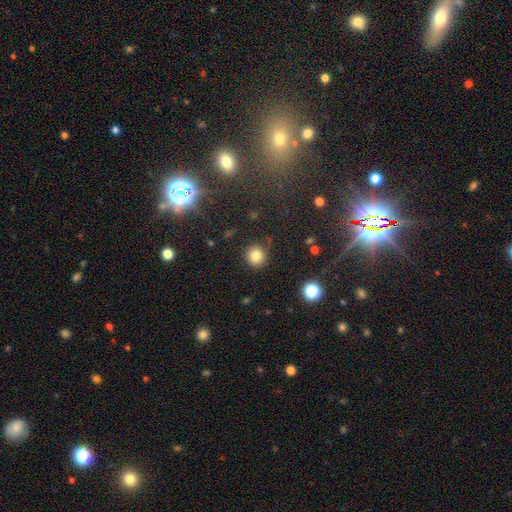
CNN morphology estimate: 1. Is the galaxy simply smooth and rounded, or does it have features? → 81% smooth, 12% star or artifact, 6% featured or disk.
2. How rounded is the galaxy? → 91% round, 8% in between, 1% cigar-shaped.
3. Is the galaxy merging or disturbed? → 88% none, 8% minor disturbance, 3% major disturbance, 2% merger.